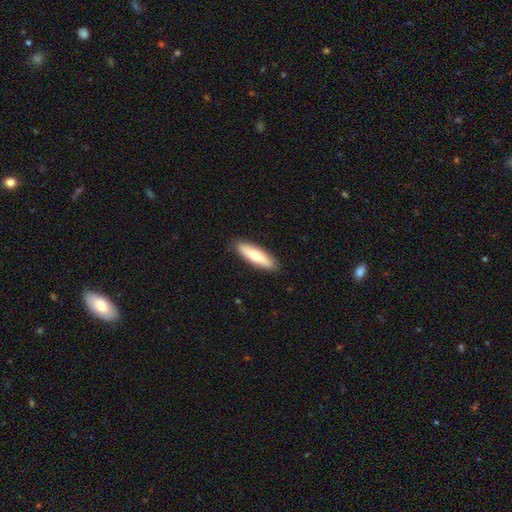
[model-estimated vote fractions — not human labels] Smooth or featured: smooth — 69% (featured or disk — 26%)
How rounded: cigar-shaped — 70% (in between — 28%)
Merging: none — 89% (minor disturbance — 8%)